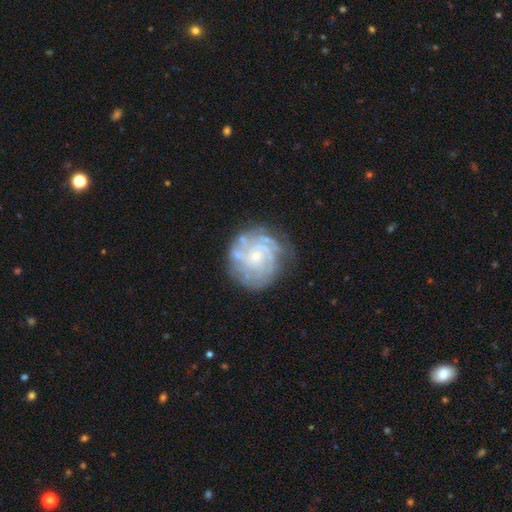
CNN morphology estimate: This appears to be a featured or disk galaxy (78%) with no bar (76%), tight (69%) spiral arms (90%) and a small central bulge (73%). Merging: none (74%).